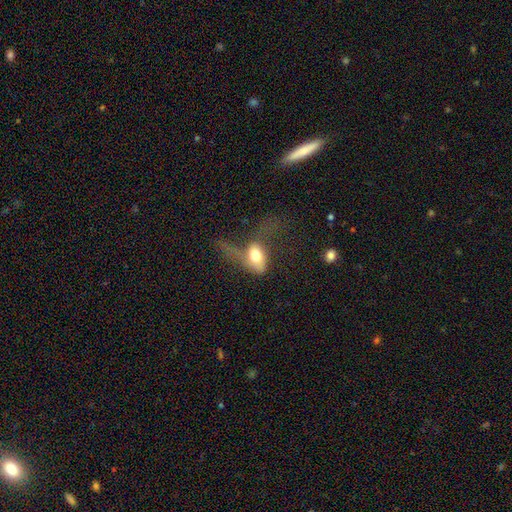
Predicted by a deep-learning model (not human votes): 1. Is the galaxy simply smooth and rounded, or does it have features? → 67% smooth, 24% featured or disk, 9% star or artifact.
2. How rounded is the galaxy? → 80% in between, 14% round, 5% cigar-shaped.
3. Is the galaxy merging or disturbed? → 62% major disturbance, 17% minor disturbance, 15% none, 6% merger.